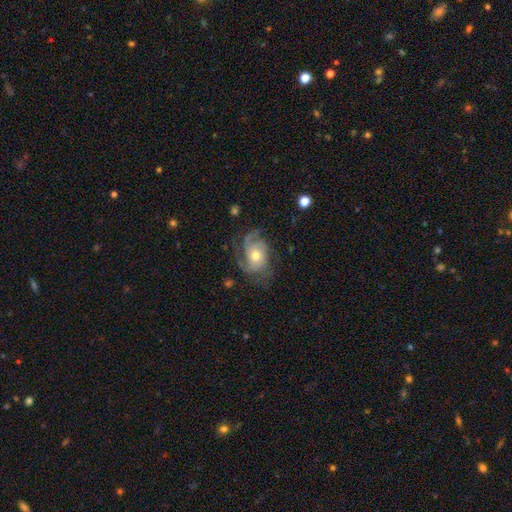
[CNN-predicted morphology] Smooth or featured?
  - featured or disk: 78% *
  - smooth: 15%
  - star or artifact: 6%
Edge-on disk?
  - no: 97% *
  - yes: 3%
Bar?
  - no: 78% *
  - weak: 18%
  - strong: 4%
Spiral arms?
  - yes: 93% *
  - no: 7%
Spiral winding?
  - medium: 41% *
  - tight: 39%
  - loose: 20%
Spiral arm count?
  - 3: 34% *
  - 2: 22%
  - can't tell: 20%
  - 1: 10%
  - 4: 9%
  - more than 4: 5%
Bulge size?
  - moderate: 62% *
  - small: 30%
  - large: 5%
  - none: 1%
  - dominant: 1%
Merging?
  - none: 61% *
  - minor disturbance: 21%
  - major disturbance: 17%
  - merger: 1%